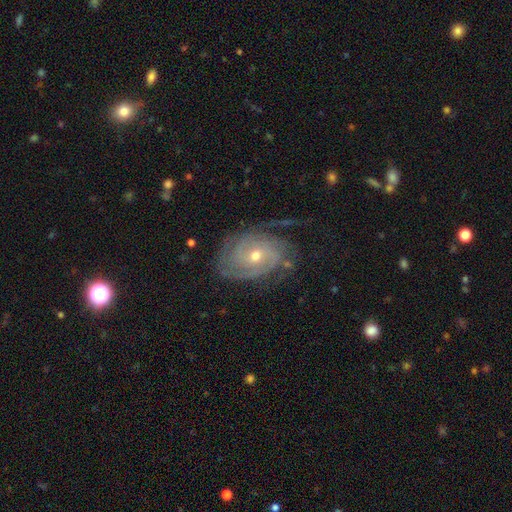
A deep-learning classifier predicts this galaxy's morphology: Smooth or featured? featured or disk (85%)
Edge-on disk? no (96%)
Bar? no (72%)
Spiral arms? yes (94%)
Spiral winding? tight (67%)
Spiral arm count? can't tell (30%)
Bulge size? moderate (53%)
Merging? none (65%)